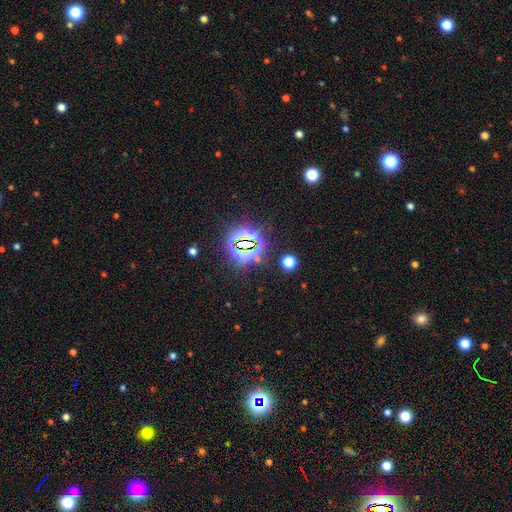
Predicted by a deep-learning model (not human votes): star or artifact 81%, smooth 11%, featured or disk 8%.